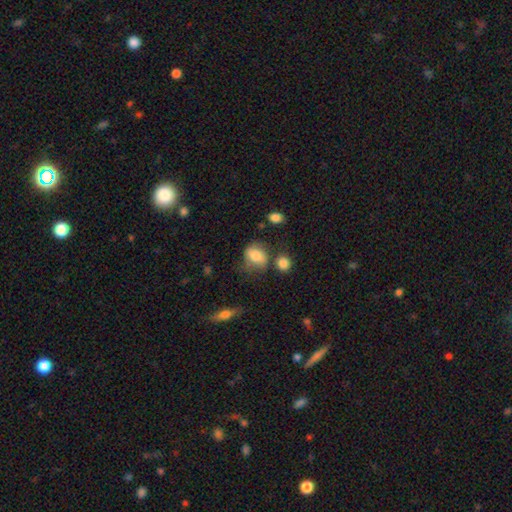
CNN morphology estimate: Q: Smooth or featured?
A: smooth (73%); runner-up: featured or disk (18%)
Q: How rounded?
A: in between (59%); runner-up: round (39%)
Q: Merging?
A: none (49%); runner-up: minor disturbance (27%)